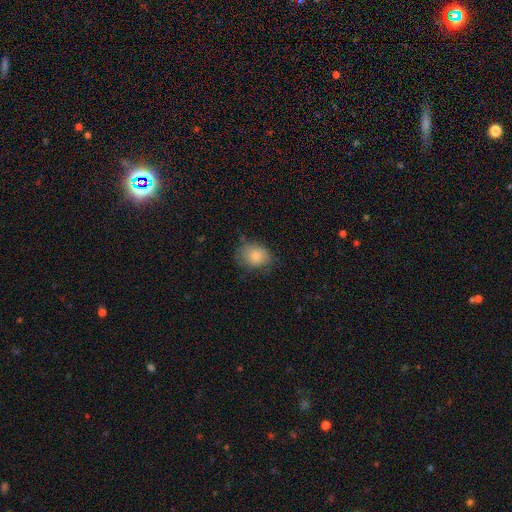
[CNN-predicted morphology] type=smooth (80%); roundness=in between (59%); merging=none (63%).